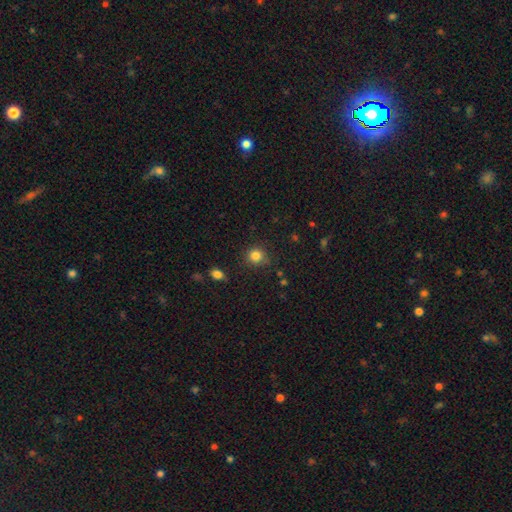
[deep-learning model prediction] smooth 84%, star or artifact 12%, featured or disk 5%. Down the decision tree: how rounded — round (89%); merging — none (81%).